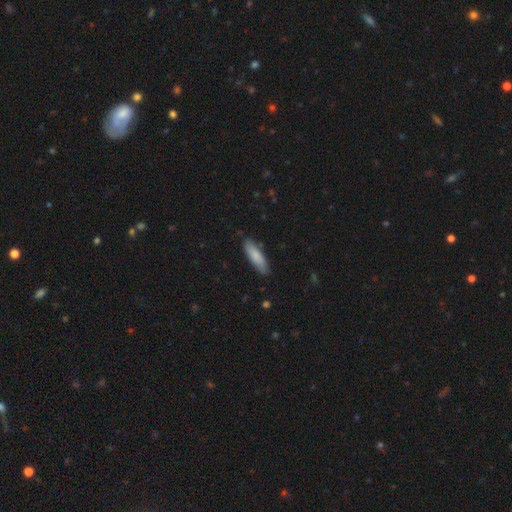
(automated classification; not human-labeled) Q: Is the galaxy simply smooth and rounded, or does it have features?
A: smooth — 83%.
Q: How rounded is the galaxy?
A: cigar-shaped — 60%.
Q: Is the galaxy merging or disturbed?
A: none — 84%.